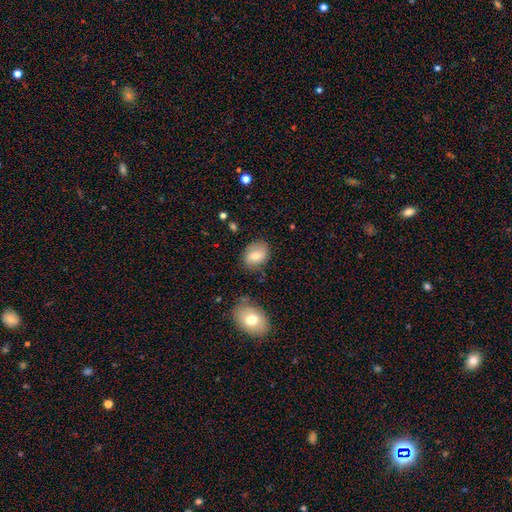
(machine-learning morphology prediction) A smooth galaxy with no disk features (68%) that is in between round and cigar-shaped (66%). Merging: none (77%).